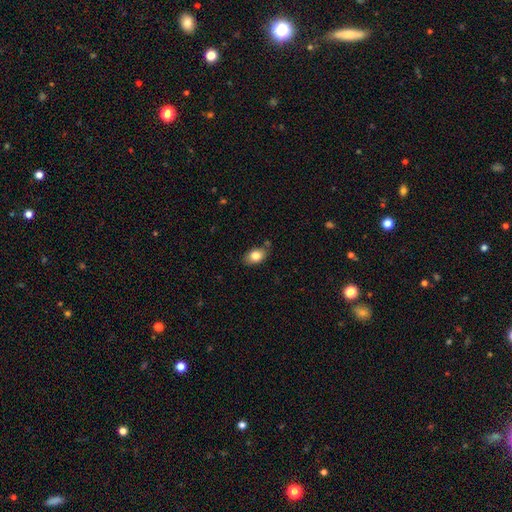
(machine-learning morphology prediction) This is clearly a smooth galaxy (82%). How rounded: clearly in between (84%). Merging: likely none (77%).